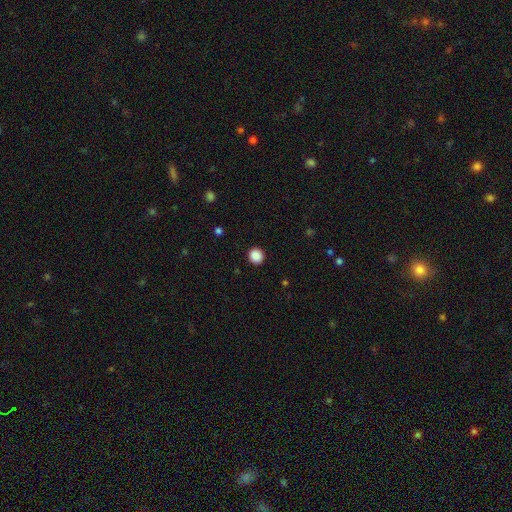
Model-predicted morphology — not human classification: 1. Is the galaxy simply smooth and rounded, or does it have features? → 88% smooth, 9% star or artifact, 2% featured or disk.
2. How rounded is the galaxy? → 92% round, 7% in between, 1% cigar-shaped.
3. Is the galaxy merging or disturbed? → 93% none, 5% minor disturbance, 2% major disturbance, 1% merger.